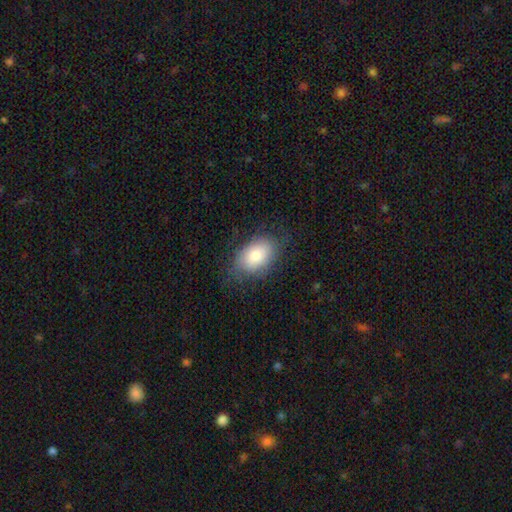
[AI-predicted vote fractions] A smooth galaxy with no disk features (79%) that is in between round and cigar-shaped (87%).

Vote fractions:
- Smooth or featured? smooth: 79% / featured or disk: 14% / star or artifact: 7%
- How rounded? in between: 87% / round: 12% / cigar-shaped: 1%
- Merging? none: 69% / minor disturbance: 21% / major disturbance: 9% / merger: 1%